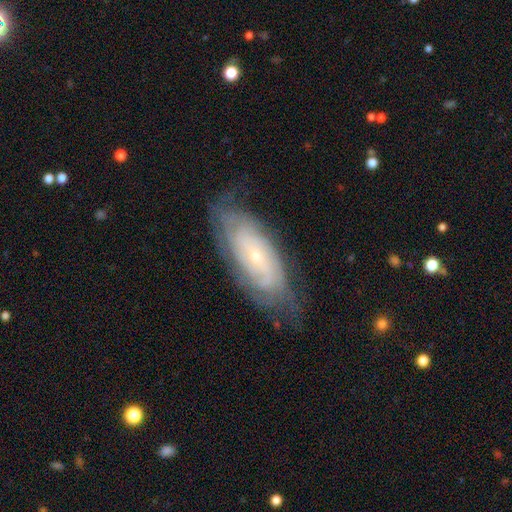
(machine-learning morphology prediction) featured or disk 75%, smooth 18%, star or artifact 7%. Down the decision tree: edge-on disk — no (89%); bar — no (71%); spiral arms — yes (90%); spiral arm count — can't tell (55%); spiral winding — tight (72%); bulge size — small (74%); merging — none (70%).